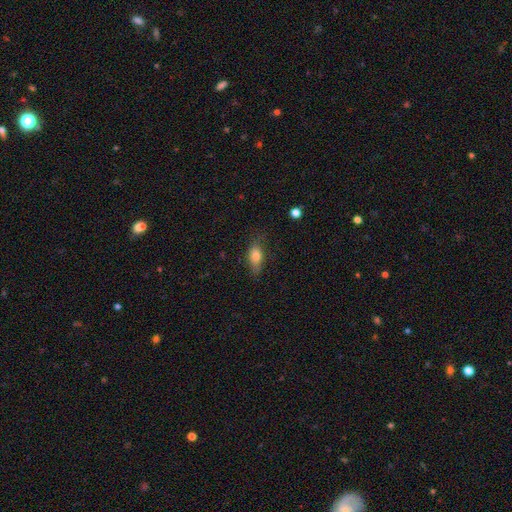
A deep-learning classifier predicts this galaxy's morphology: Q: Smooth or featured?
A: smooth (76%); runner-up: featured or disk (16%)
Q: How rounded?
A: in between (76%); runner-up: cigar-shaped (18%)
Q: Merging?
A: none (68%); runner-up: minor disturbance (23%)